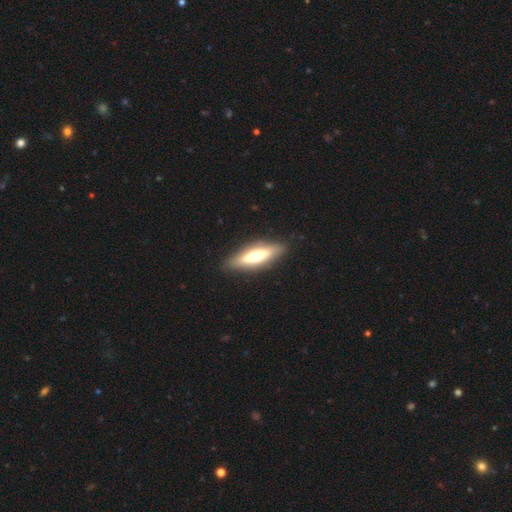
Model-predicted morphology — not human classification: Q: Smooth or featured?
A: smooth (51%); runner-up: featured or disk (44%)
Q: How rounded?
A: cigar-shaped (57%); runner-up: in between (41%)
Q: Merging?
A: none (88%); runner-up: minor disturbance (9%)